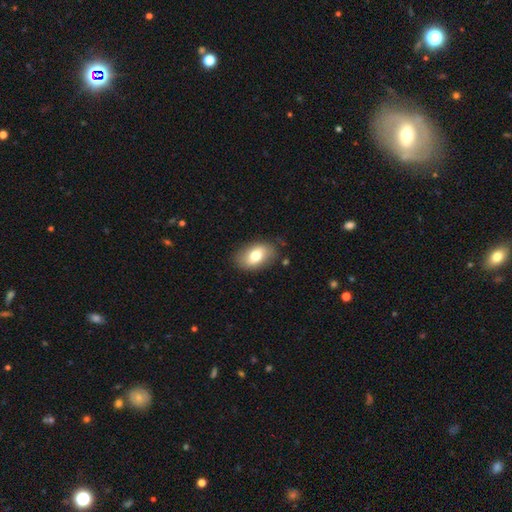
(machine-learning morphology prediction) Smooth or featured? Predicted: smooth (p=0.70). How rounded? Predicted: in between (p=0.88). Merging? Predicted: none (p=0.82).